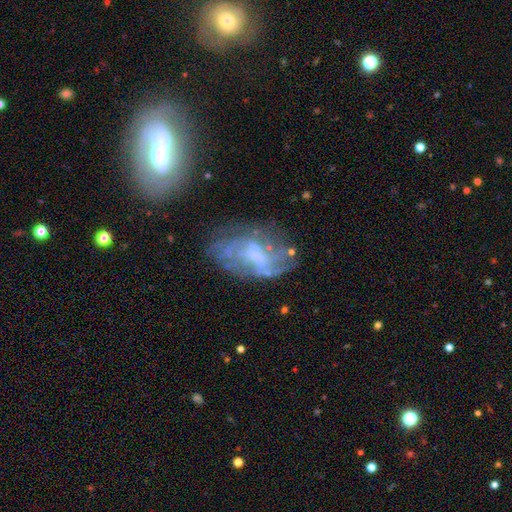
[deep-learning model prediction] Overall: featured or disk (67%). Edge-on disk: no (95%). Bar: no (45%; weak 42%). Spiral arms: no (52%; yes 48%). Bulge size: small (34%; moderate 31%). Merging: none (48%; major disturbance 23%).